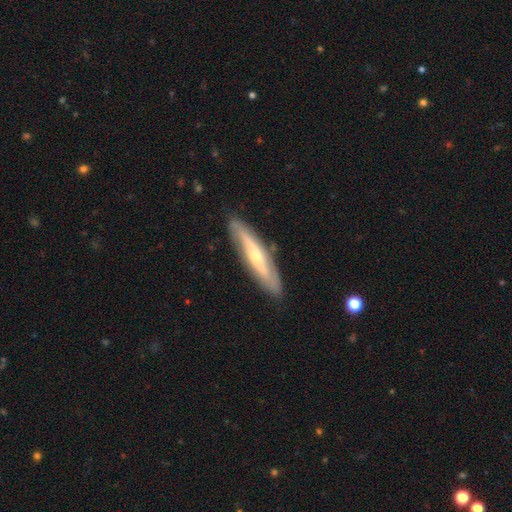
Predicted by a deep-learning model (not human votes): A featured or disk galaxy (63%) viewed edge-on (61%).

Vote fractions:
- Smooth or featured? featured or disk: 63% / smooth: 32% / star or artifact: 5%
- Edge-on disk? yes: 61% / no: 39%
- Merging? none: 84% / minor disturbance: 12% / major disturbance: 3% / merger: 2%